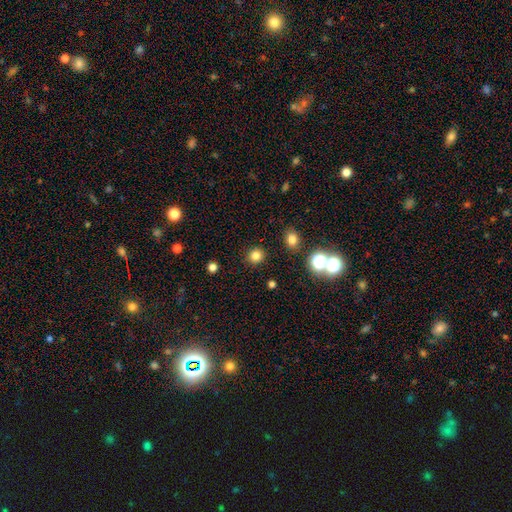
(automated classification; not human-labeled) Smooth or featured? Predicted: smooth (p=0.80). How rounded? Predicted: round (p=0.89). Merging? Predicted: none (p=0.89).